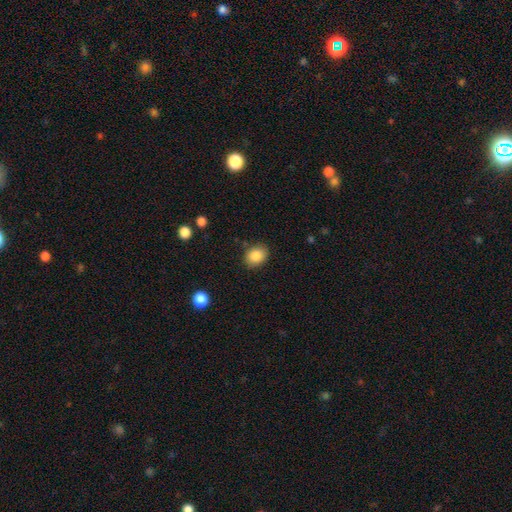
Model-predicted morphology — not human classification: smooth 86%, star or artifact 8%, featured or disk 5%. Down the decision tree: how rounded — in between (61%); merging — none (84%).